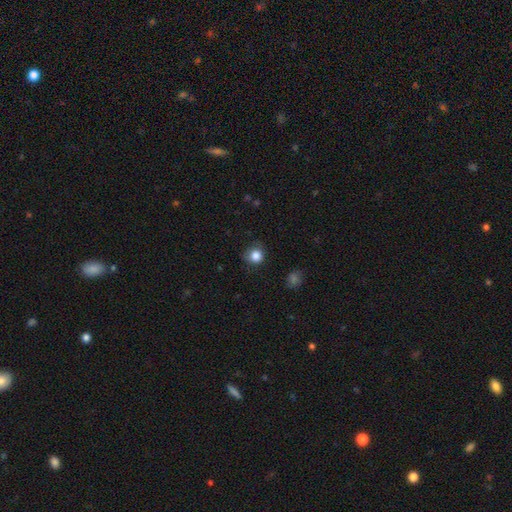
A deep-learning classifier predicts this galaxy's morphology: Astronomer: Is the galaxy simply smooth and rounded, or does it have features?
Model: smooth — 85%.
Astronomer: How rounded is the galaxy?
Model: round — 88%.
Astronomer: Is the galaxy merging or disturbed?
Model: none — 74%.